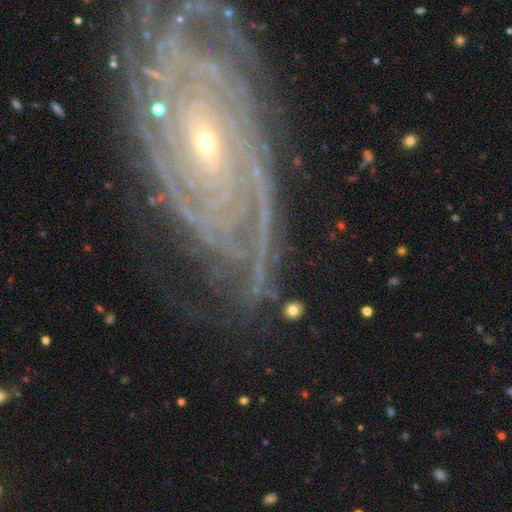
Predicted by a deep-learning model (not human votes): featured or disk 85%, star or artifact 9%, smooth 6%. Down the decision tree: edge-on disk — no (95%); bar — no (63%); spiral arms — yes (97%); spiral arm count — can't tell (26%); spiral winding — tight (83%); bulge size — small (79%); merging — none (73%).